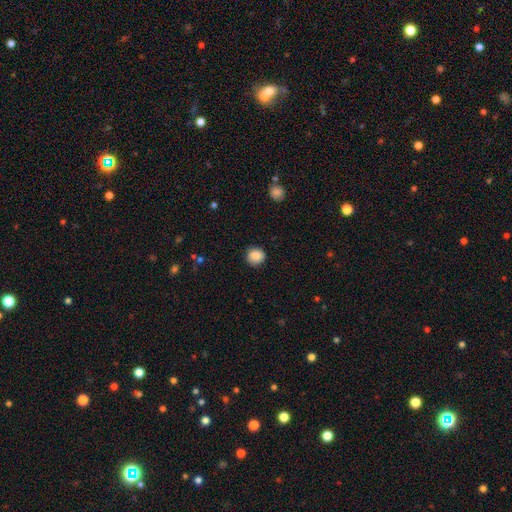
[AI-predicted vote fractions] A smooth galaxy with no disk features (88%) that is round (89%). Merging: none (87%).